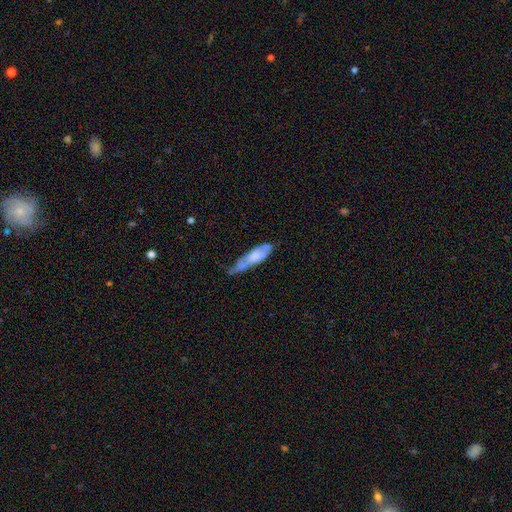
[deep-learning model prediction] Morphology: type=smooth (63%); roundness=cigar-shaped (56%); merging=minor disturbance (41%).